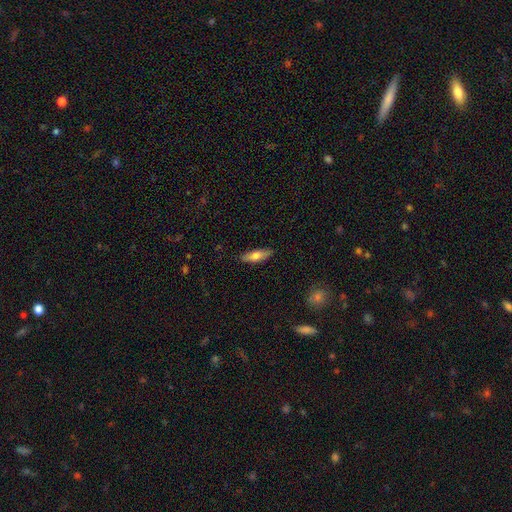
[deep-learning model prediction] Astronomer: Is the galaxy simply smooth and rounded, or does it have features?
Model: smooth — 68%.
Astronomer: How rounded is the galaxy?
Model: cigar-shaped — 54% (runner-up: in between, 44%).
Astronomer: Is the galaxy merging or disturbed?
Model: none — 86%.